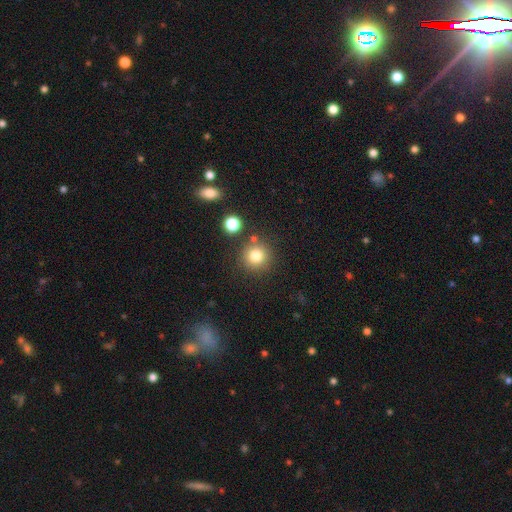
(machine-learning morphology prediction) type=smooth (80%); roundness=round (94%); merging=none (81%).